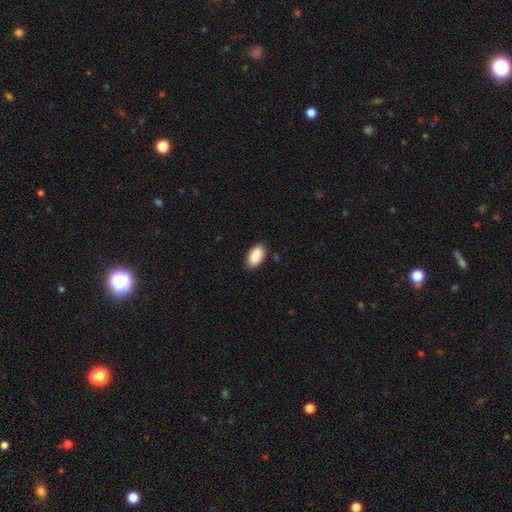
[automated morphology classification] Overall: smooth (90%). How rounded: in between (95%). Merging: none (86%).